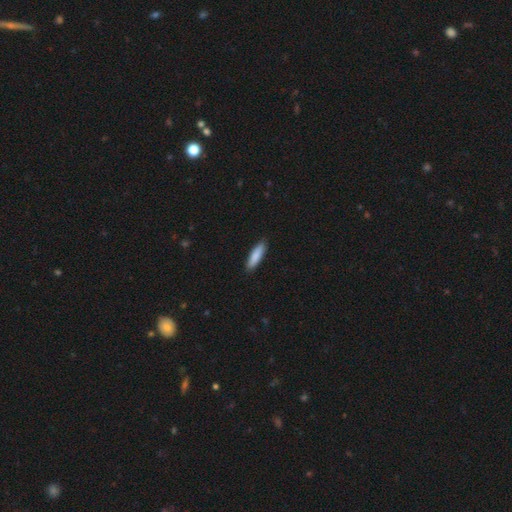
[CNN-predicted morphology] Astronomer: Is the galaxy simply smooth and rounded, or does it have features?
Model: smooth — 86%.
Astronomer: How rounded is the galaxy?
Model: cigar-shaped — 68%.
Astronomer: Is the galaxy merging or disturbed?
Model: none — 89%.